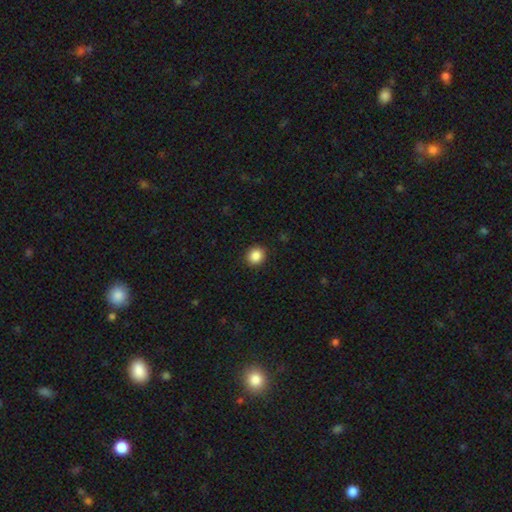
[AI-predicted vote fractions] Q: Smooth or featured?
A: smooth (87%); runner-up: star or artifact (9%)
Q: How rounded?
A: round (84%); runner-up: in between (16%)
Q: Merging?
A: none (91%); runner-up: minor disturbance (6%)